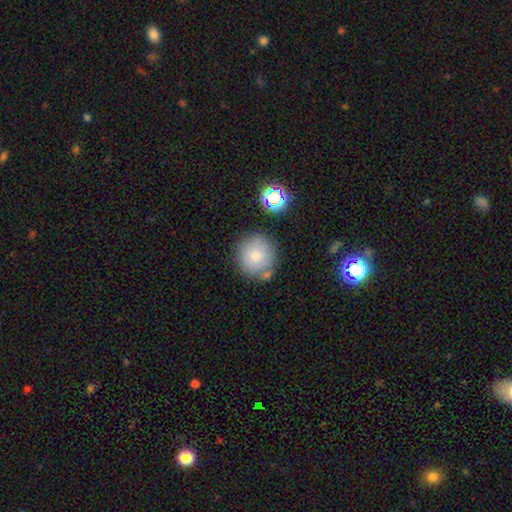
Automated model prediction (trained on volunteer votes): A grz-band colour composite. It shows a smooth galaxy with no disk features (76%) that is round (93%). Merging: none (73%).